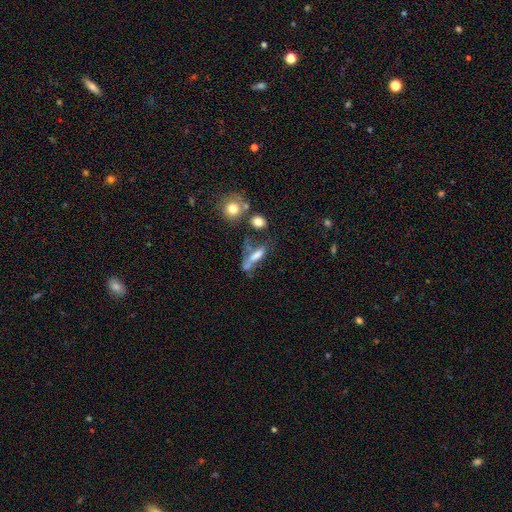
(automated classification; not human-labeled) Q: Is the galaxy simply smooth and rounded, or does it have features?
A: smooth — 61%.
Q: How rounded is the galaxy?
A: cigar-shaped — 51%.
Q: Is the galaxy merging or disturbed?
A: none — 29%.